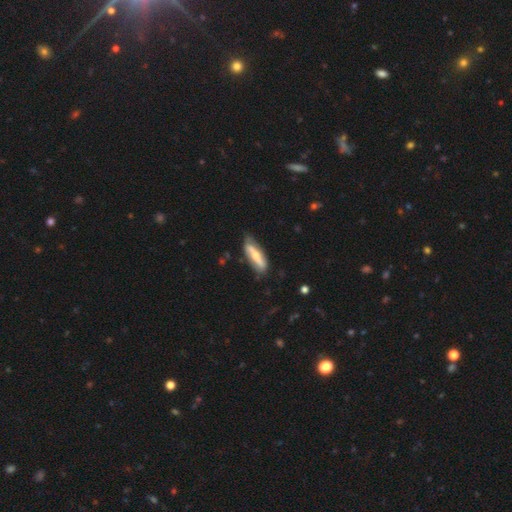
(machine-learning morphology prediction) type=featured or disk (56%); edge-on=no (60%); merging=none (71%).